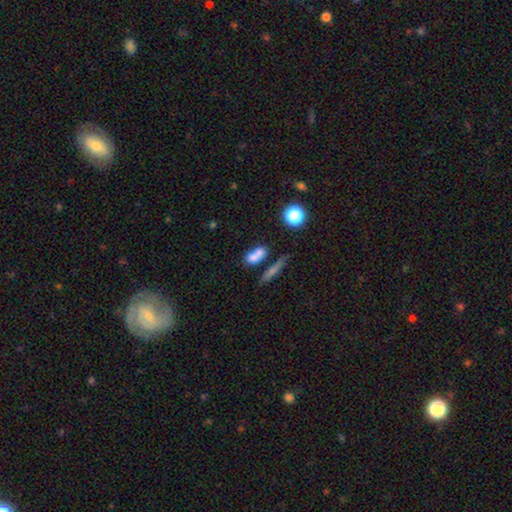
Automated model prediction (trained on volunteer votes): Overall: smooth (69%). How rounded: in between (53%; round 27%). Merging: merger (48%; none 35%).